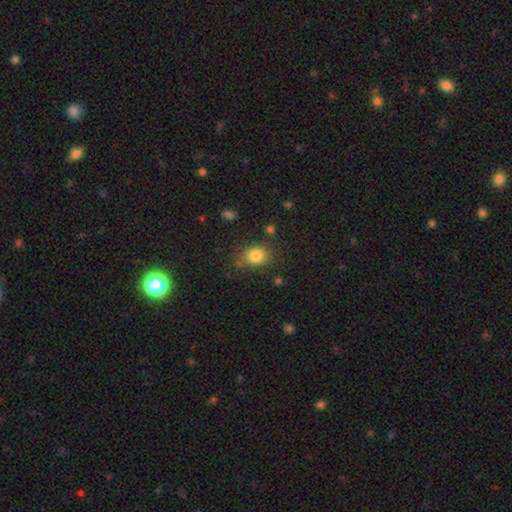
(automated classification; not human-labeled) smooth 82%, star or artifact 11%, featured or disk 7%. Down the decision tree: how rounded — round (54%); merging — none (77%).